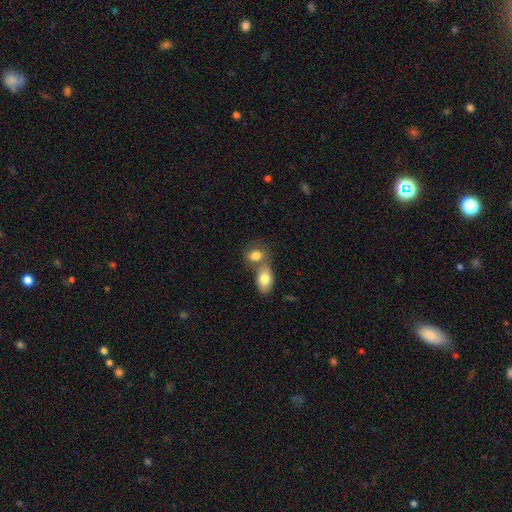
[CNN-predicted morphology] Q: Smooth or featured?
A: smooth (81%); runner-up: featured or disk (11%)
Q: How rounded?
A: in between (69%); runner-up: round (29%)
Q: Merging?
A: merger (54%); runner-up: none (34%)